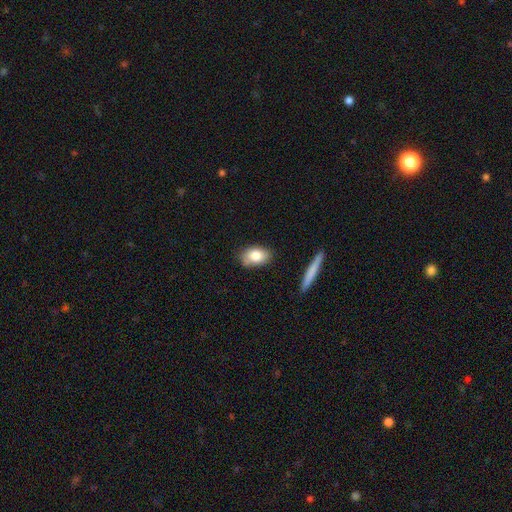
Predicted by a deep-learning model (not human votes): Smooth or featured? Predicted: smooth (p=0.80). How rounded? Predicted: in between (p=0.88). Merging? Predicted: none (p=0.77).